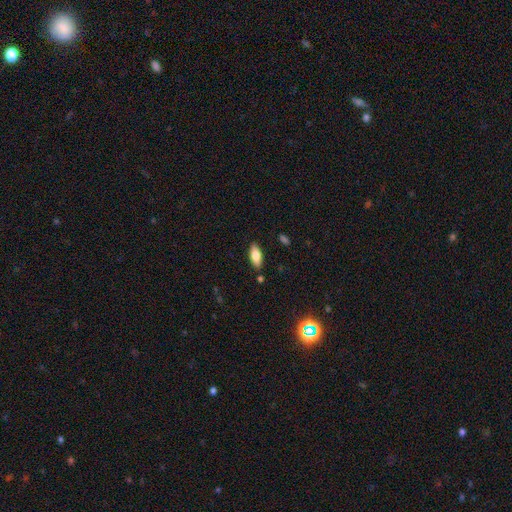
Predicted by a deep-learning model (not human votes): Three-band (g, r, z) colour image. It shows a smooth galaxy with no disk features (80%) that is in between round and cigar-shaped (83%). Merging: none (86%).